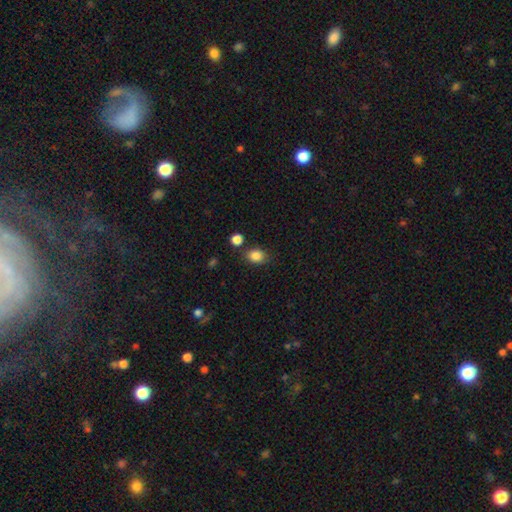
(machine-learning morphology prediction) Smooth or featured? Predicted: smooth (p=0.85). How rounded? Predicted: in between (p=0.51). Merging? Predicted: none (p=0.77).